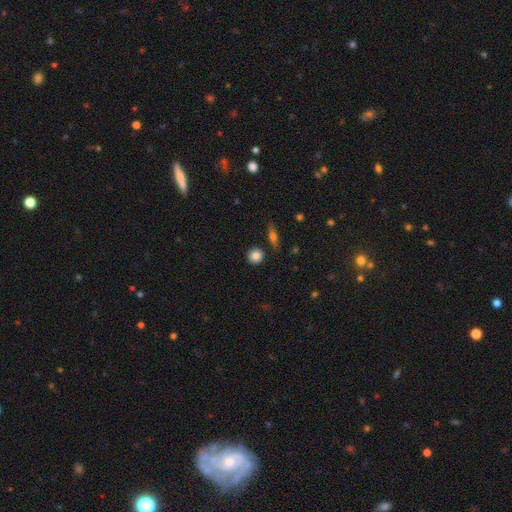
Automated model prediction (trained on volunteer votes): Q: Smooth or featured?
A: smooth (82%); runner-up: featured or disk (9%)
Q: How rounded?
A: round (89%); runner-up: in between (9%)
Q: Merging?
A: none (86%); runner-up: minor disturbance (8%)